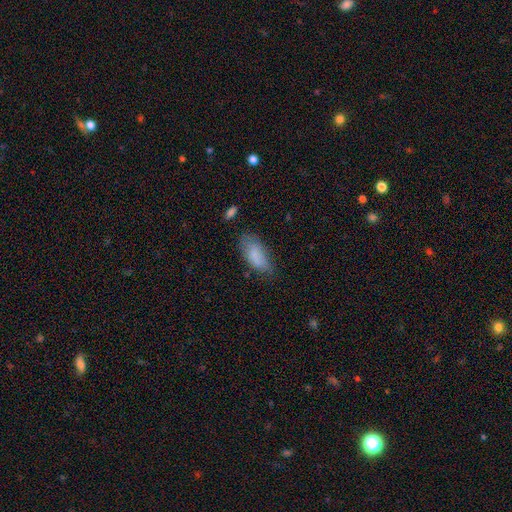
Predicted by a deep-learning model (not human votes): Morphology: type=smooth (81%); roundness=in between (88%); merging=none (59%).